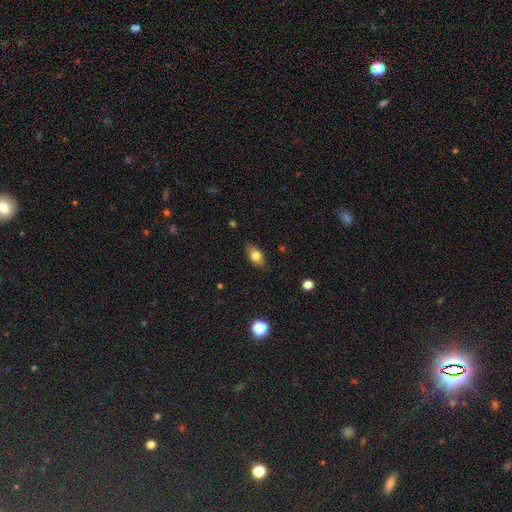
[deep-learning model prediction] Morphology: type=smooth (75%); roundness=in between (82%); merging=none (83%).